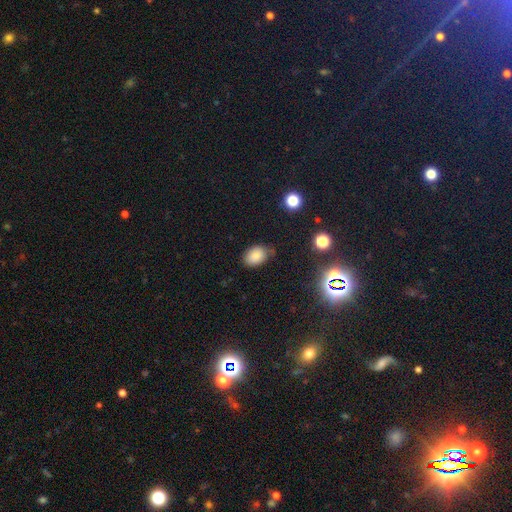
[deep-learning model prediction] Morphology: type=smooth (83%); roundness=in between (77%); merging=none (71%).